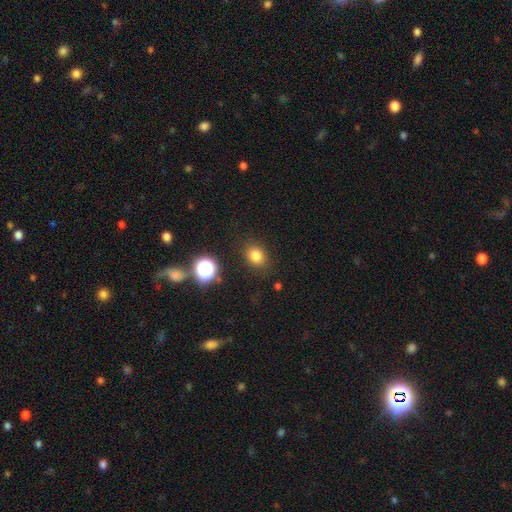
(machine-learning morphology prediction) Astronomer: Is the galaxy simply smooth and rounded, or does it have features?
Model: smooth — 79%.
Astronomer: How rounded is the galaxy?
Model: round — 55% (runner-up: in between, 44%).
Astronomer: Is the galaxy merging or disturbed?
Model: none — 85%.